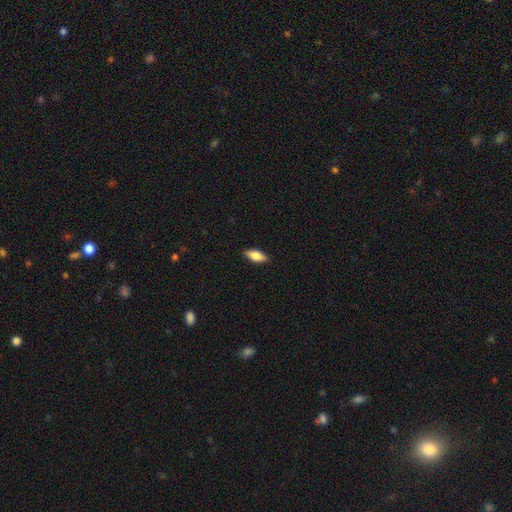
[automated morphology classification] This appears to be a smooth galaxy with no disk features (74%) that is in between round and cigar-shaped (79%). Merging: none (88%).